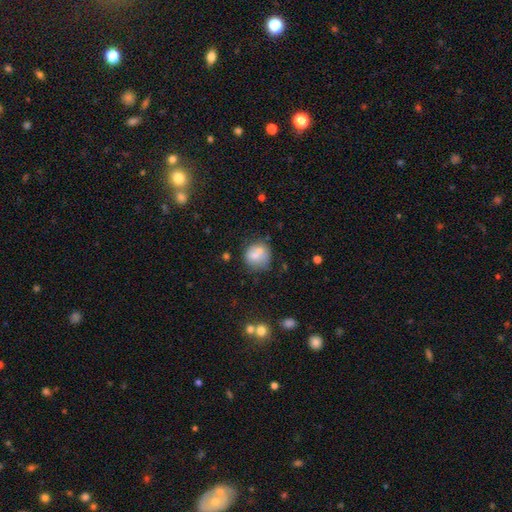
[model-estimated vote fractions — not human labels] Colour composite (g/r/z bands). It shows a smooth galaxy with no disk features (70%) that is round (80%). Merging: none (48%).